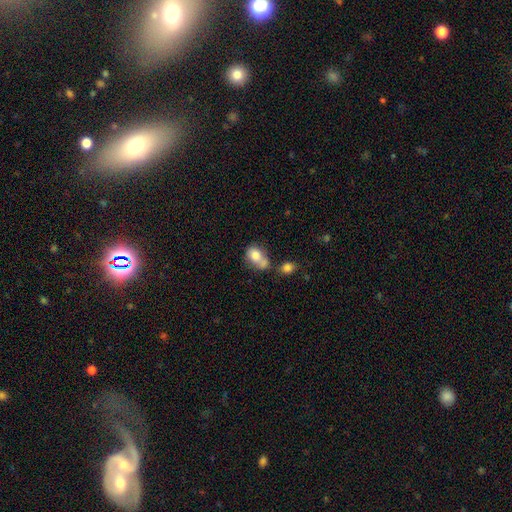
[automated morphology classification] Smooth or featured: smooth — 76% (featured or disk — 15%)
How rounded: in between — 64% (round — 34%)
Merging: merger — 50% (none — 26%)